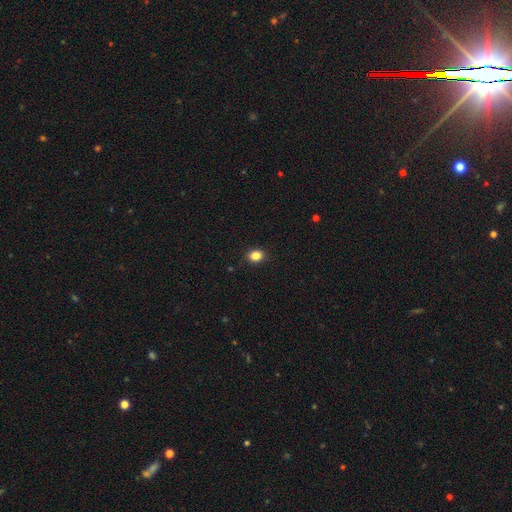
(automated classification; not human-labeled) Overall: smooth (85%). How rounded: round (50%; in between 49%). Merging: none (90%).